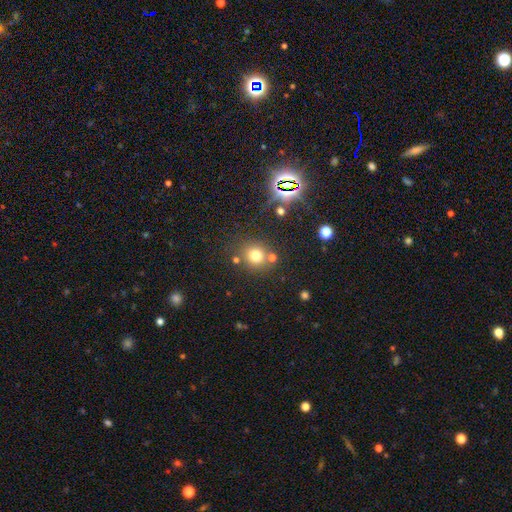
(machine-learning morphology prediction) smooth-or-featured: smooth: 72% | star or artifact: 19% | featured or disk: 8%
  how-rounded: round: 87% | in between: 12% | cigar-shaped: 1%
  merging: none: 74% | merger: 13% | minor disturbance: 9% | major disturbance: 4%